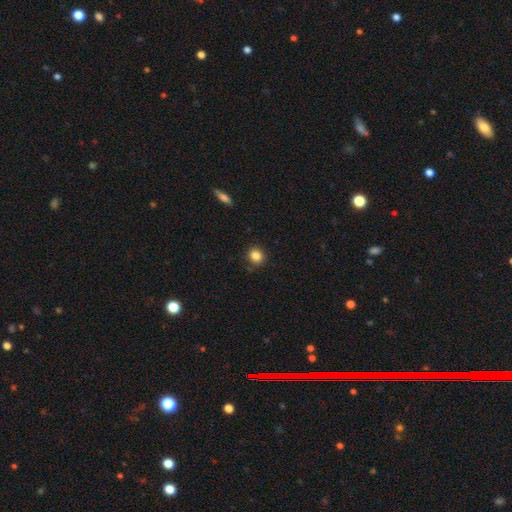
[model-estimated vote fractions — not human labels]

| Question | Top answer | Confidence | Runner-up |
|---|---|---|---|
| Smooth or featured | smooth | 85% | star or artifact (11%) |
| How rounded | round | 83% | in between (16%) |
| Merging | none | 87% | minor disturbance (9%) |